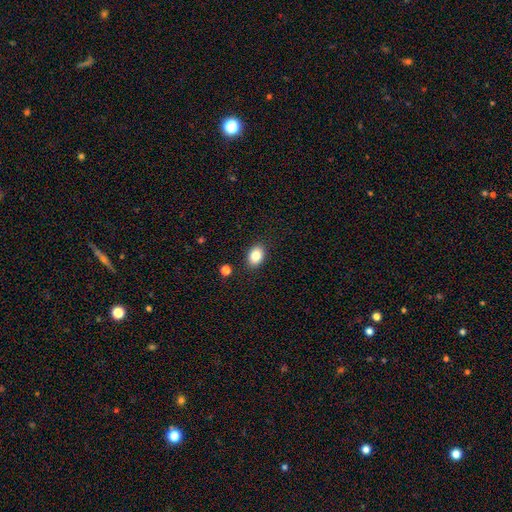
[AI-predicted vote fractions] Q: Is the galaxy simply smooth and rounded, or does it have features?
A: smooth — 85%.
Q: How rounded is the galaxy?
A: in between — 76%.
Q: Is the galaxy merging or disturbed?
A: none — 88%.